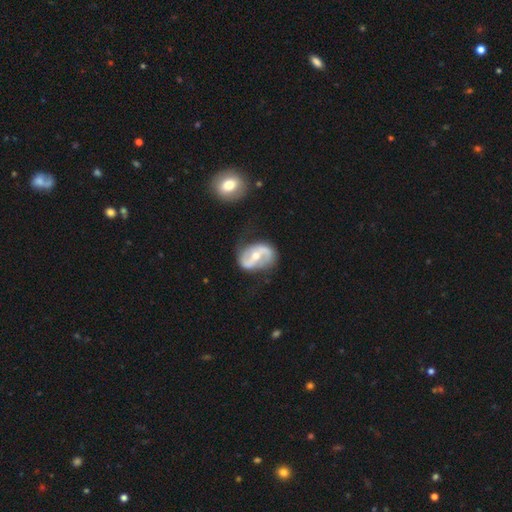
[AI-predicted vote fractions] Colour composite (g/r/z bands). It shows a featured or disk galaxy (84%) with a strong bar (42%), 2 (90%) loose (46%) spiral arms (88%) and a moderate central bulge (61%). Merging: none (70%).